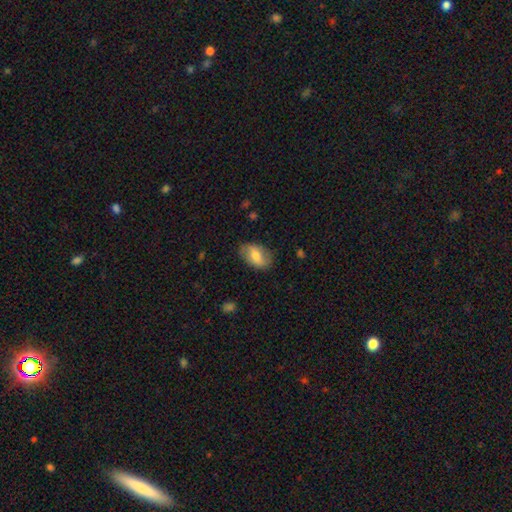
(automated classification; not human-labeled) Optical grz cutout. It shows a smooth galaxy with no disk features (66%) that is in between round and cigar-shaped (89%). Merging: none (79%).